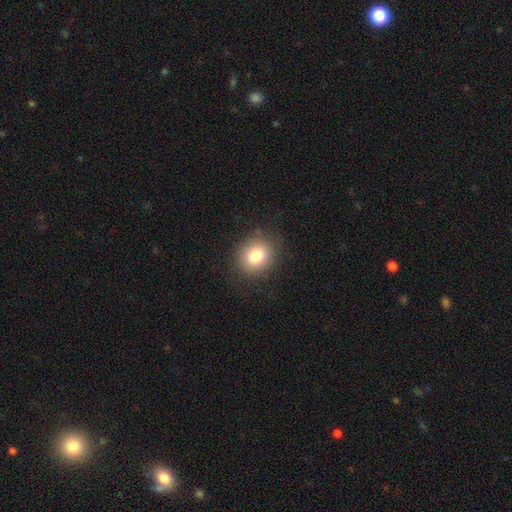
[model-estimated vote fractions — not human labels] Smooth or featured?
  - smooth: 81% *
  - star or artifact: 11%
  - featured or disk: 8%
How rounded?
  - round: 75% *
  - in between: 24%
  - cigar-shaped: 1%
Merging?
  - none: 87% *
  - minor disturbance: 9%
  - major disturbance: 3%
  - merger: 1%